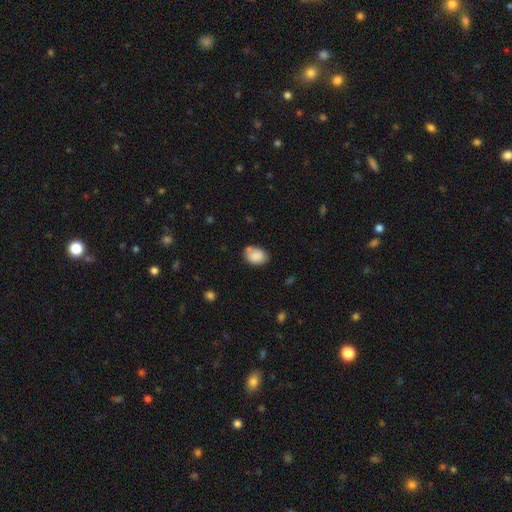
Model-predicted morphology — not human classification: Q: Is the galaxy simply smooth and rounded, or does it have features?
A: smooth — 85%.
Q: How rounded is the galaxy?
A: in between — 70%.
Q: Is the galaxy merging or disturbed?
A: none — 63%.